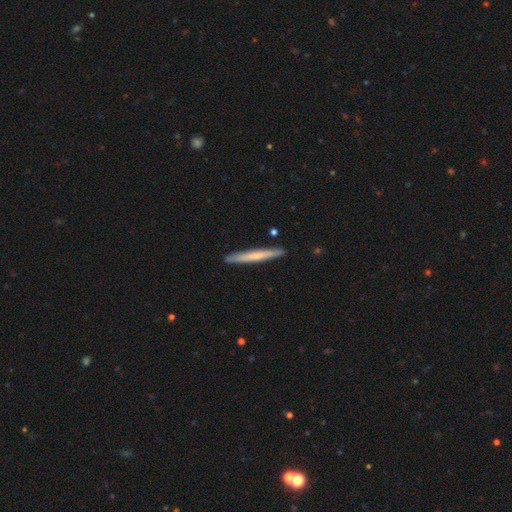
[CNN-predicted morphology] A smooth galaxy with no disk features (53%) that is cigar-shaped (97%).

Vote fractions:
- Smooth or featured? smooth: 53% / featured or disk: 42% / star or artifact: 5%
- How rounded? cigar-shaped: 97% / in between: 2% / round: 1%
- Merging? none: 91% / minor disturbance: 7% / merger: 1% / major disturbance: 1%